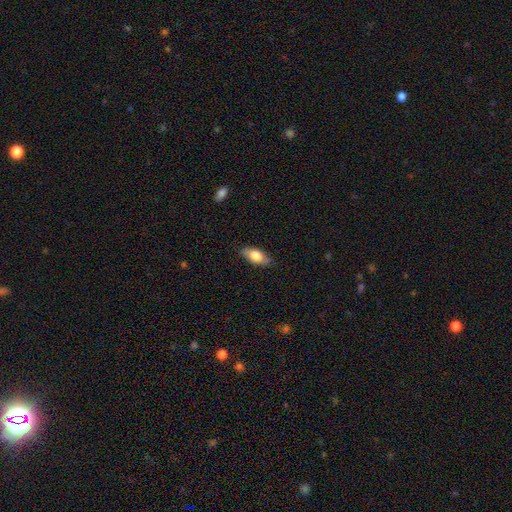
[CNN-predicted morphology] The model was most divided on "smooth or featured": smooth: 77%, featured or disk: 16%, star or artifact: 6%. More confident: how rounded — in between (86%); merging — none (84%).